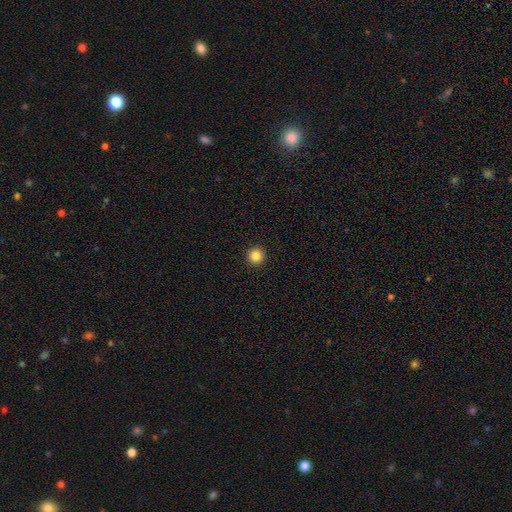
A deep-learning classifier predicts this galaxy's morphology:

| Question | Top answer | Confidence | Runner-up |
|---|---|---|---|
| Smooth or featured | smooth | 86% | star or artifact (11%) |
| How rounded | round | 94% | in between (5%) |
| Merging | none | 94% | minor disturbance (4%) |